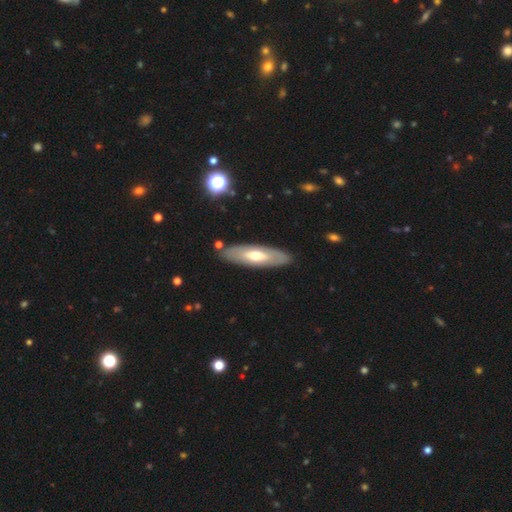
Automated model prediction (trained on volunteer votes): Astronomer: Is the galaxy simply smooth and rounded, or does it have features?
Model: featured or disk — 50% (runner-up: smooth, 45%).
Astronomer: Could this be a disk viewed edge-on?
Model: no — 62% (runner-up: yes, 38%).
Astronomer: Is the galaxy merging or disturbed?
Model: none — 86%.